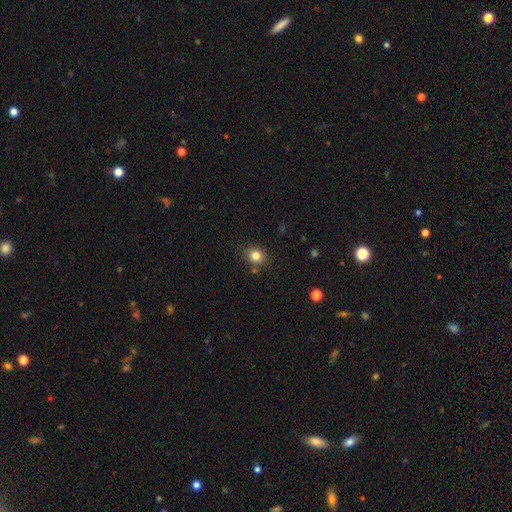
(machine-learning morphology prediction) Smooth or featured?
  - smooth: 82% *
  - star or artifact: 12%
  - featured or disk: 6%
How rounded?
  - round: 72% *
  - in between: 27%
  - cigar-shaped: 1%
Merging?
  - none: 82% *
  - minor disturbance: 11%
  - merger: 4%
  - major disturbance: 3%